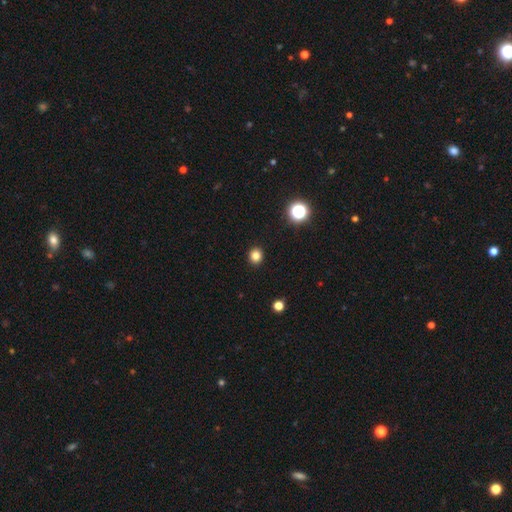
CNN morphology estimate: A smooth galaxy with no disk features (82%) that is round (83%).

Vote fractions:
- Smooth or featured? smooth: 82% / star or artifact: 14% / featured or disk: 4%
- How rounded? round: 83% / in between: 16% / cigar-shaped: 1%
- Merging? none: 92% / minor disturbance: 5% / major disturbance: 2% / merger: 1%